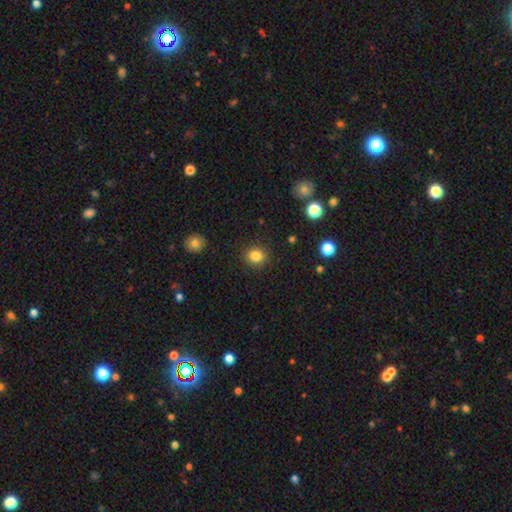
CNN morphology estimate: smooth 84%, star or artifact 11%, featured or disk 5%. Down the decision tree: how rounded — round (77%); merging — none (90%).